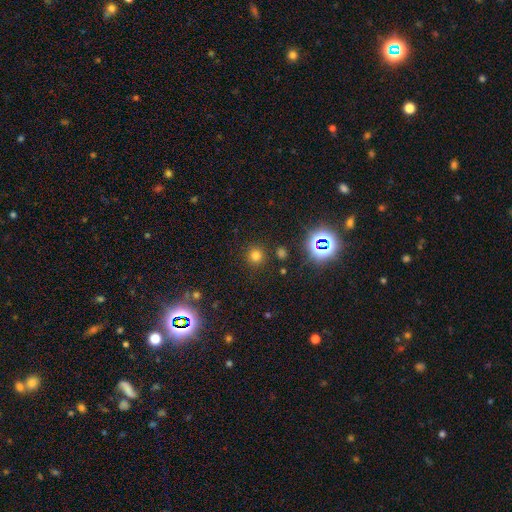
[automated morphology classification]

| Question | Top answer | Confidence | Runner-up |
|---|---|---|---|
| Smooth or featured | smooth | 71% | star or artifact (23%) |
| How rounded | round | 93% | in between (6%) |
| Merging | none | 88% | minor disturbance (6%) |